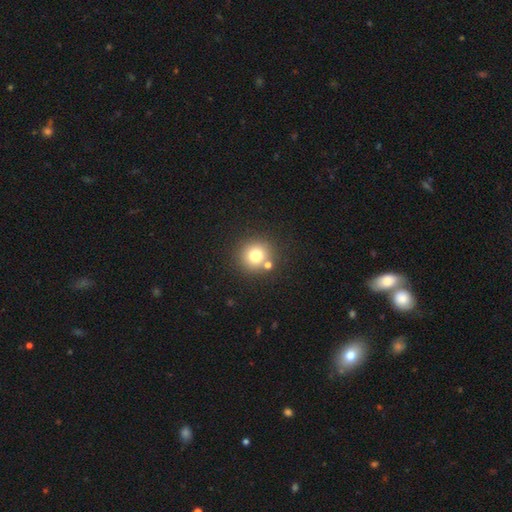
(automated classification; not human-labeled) This is likely a smooth galaxy (76%). How rounded: clearly round (93%). Merging: likely none (79%).